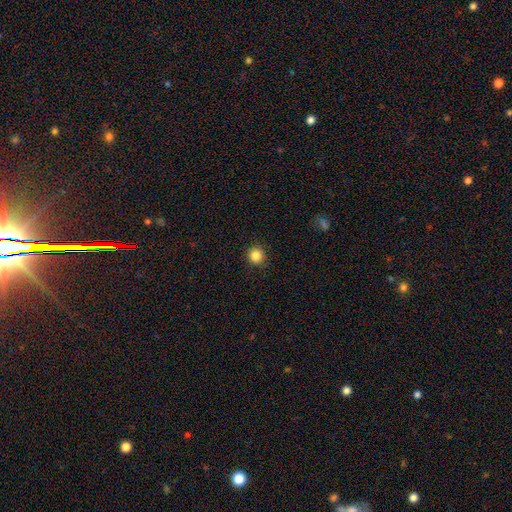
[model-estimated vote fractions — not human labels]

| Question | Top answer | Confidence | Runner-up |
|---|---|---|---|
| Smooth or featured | smooth | 85% | star or artifact (11%) |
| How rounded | round | 93% | in between (6%) |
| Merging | none | 90% | minor disturbance (7%) |